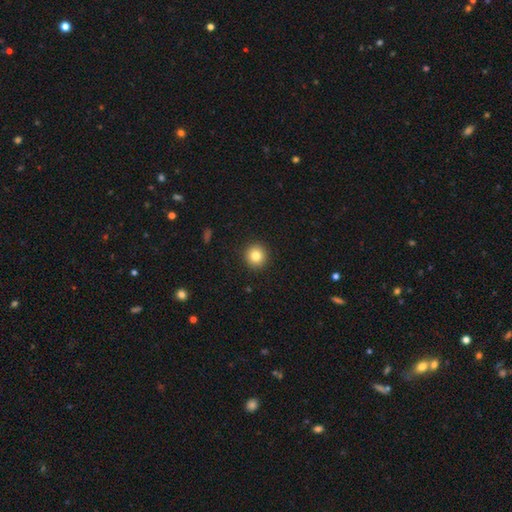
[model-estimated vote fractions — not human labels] smooth_or_featured: smooth (p=0.81) [alt: star or artifact p=0.11]
how_rounded: round (p=0.95) [alt: in between p=0.04]
merging: none (p=0.92) [alt: minor disturbance p=0.05]